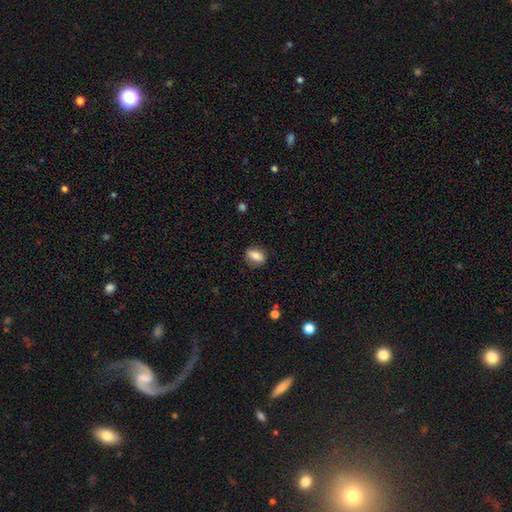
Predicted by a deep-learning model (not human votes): smooth_or_featured: smooth (p=0.80) [alt: featured or disk p=0.12]
how_rounded: in between (p=0.79) [alt: round p=0.16]
merging: none (p=0.82) [alt: minor disturbance p=0.13]